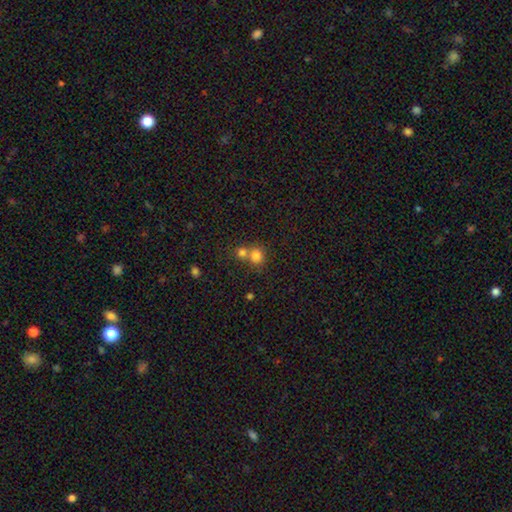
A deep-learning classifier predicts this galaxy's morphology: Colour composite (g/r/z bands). It shows a smooth galaxy with no disk features (79%) that is round (81%). Merging: merger (49%).